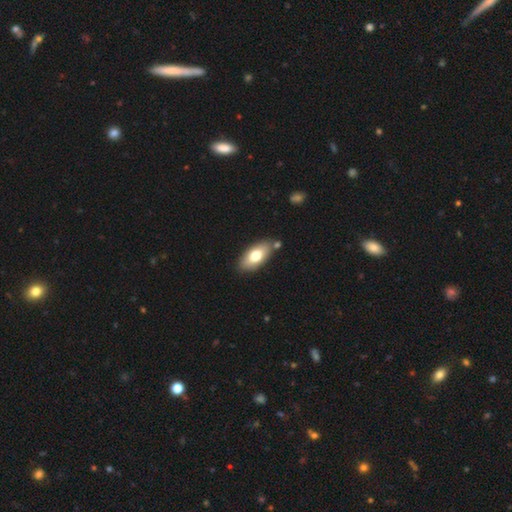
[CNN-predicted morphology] This appears to be a smooth galaxy with no disk features (73%) that is in between round and cigar-shaped (90%). Merging: none (79%).